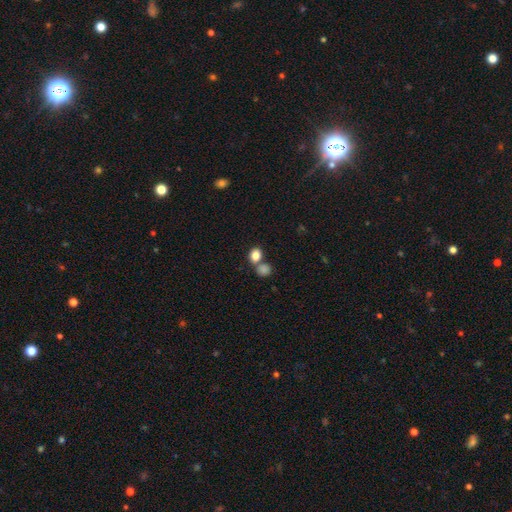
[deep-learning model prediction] The model was most divided on "merging": none: 53%, merger: 35%, minor disturbance: 9%, major disturbance: 4%. More confident: smooth or featured — smooth (84%); how rounded — round (61%).